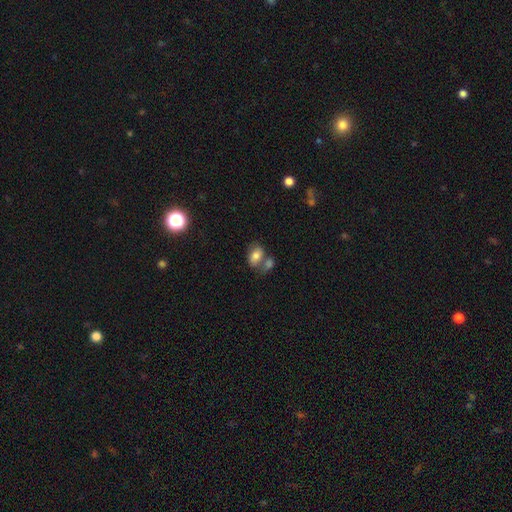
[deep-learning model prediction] Smooth or featured?
  - smooth: 76% *
  - featured or disk: 15%
  - star or artifact: 9%
How rounded?
  - in between: 79% *
  - round: 19%
  - cigar-shaped: 1%
Merging?
  - merger: 45% *
  - none: 36%
  - minor disturbance: 13%
  - major disturbance: 6%